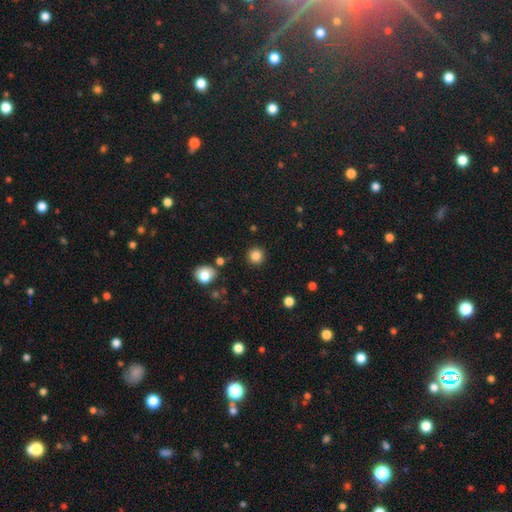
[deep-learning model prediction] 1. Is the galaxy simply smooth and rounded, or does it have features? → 85% smooth, 11% star or artifact, 4% featured or disk.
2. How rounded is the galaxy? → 94% round, 5% in between, 1% cigar-shaped.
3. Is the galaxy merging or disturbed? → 90% none, 6% minor disturbance, 2% merger, 2% major disturbance.